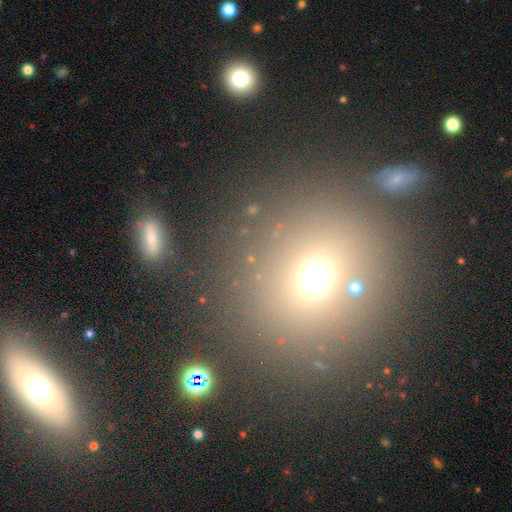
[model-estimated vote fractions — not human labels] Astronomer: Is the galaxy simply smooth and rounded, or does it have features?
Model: smooth — 60%.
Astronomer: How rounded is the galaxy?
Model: round — 86%.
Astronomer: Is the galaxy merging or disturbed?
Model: none — 78%.